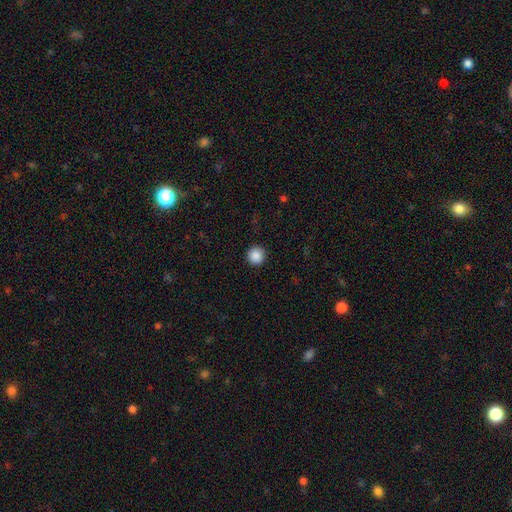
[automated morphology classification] A smooth galaxy with no disk features (88%) that is round (95%). Merging: none (93%).